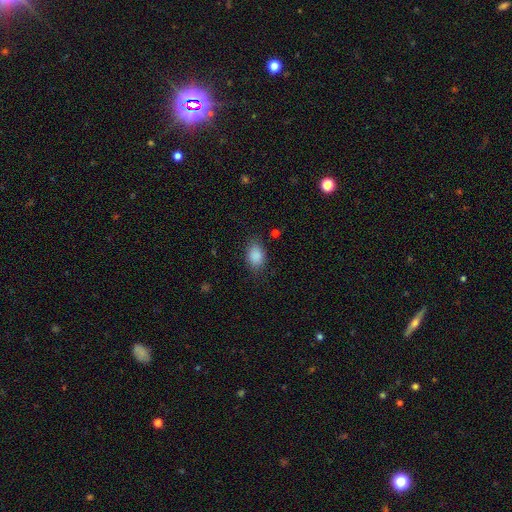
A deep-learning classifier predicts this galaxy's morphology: smooth_or_featured: smooth (p=0.88) [alt: star or artifact p=0.08]
how_rounded: in between (p=0.79) [alt: round p=0.19]
merging: none (p=0.80) [alt: minor disturbance p=0.14]